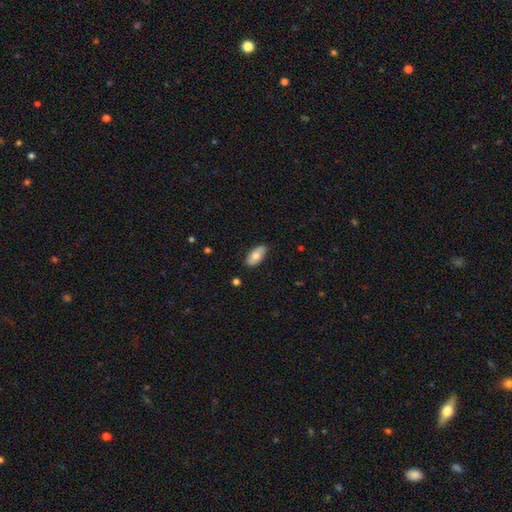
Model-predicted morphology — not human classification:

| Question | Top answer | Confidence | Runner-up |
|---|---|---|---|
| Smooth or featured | smooth | 73% | featured or disk (21%) |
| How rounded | in between | 93% | cigar-shaped (4%) |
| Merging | none | 84% | minor disturbance (13%) |